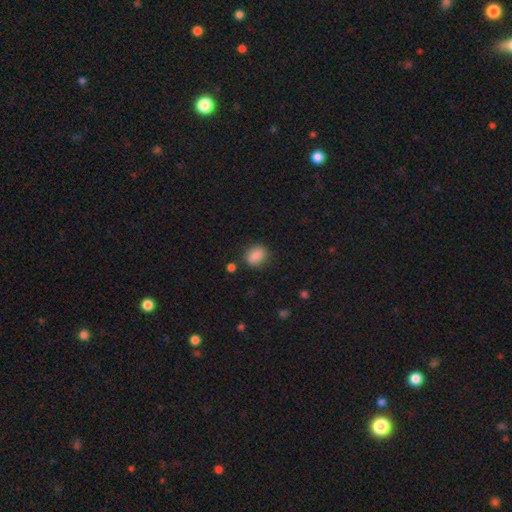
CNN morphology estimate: This is clearly a smooth galaxy (86%). How rounded: likely in between (62%). Merging: clearly none (81%).